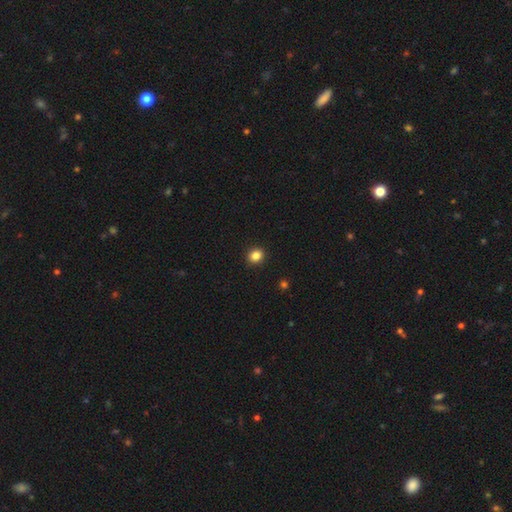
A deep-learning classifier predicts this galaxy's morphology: Smooth or featured? Predicted: smooth (p=0.85). How rounded? Predicted: round (p=0.75). Merging? Predicted: none (p=0.92).